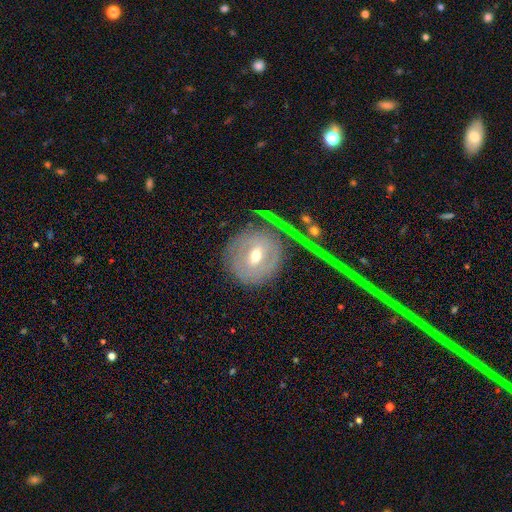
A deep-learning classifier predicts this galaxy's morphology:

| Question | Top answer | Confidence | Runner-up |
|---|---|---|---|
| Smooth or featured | featured or disk | 58% | smooth (33%) |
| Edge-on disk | no | 93% | yes (7%) |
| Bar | weak | 49% | strong (29%) |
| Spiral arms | yes | 53% | no (47%) |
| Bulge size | moderate | 69% | small (26%) |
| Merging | none | 74% | minor disturbance (15%) |